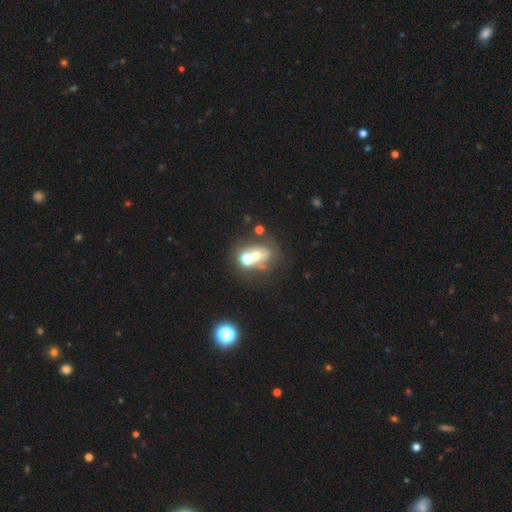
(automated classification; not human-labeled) smooth 50%, featured or disk 33%, star or artifact 17%. Down the decision tree: merging — merger (51%).